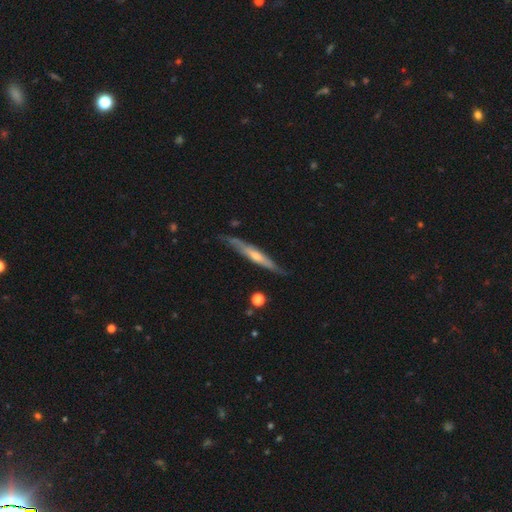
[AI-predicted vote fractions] Q: Smooth or featured?
A: featured or disk (66%); runner-up: smooth (29%)
Q: Edge-on disk?
A: yes (91%); runner-up: no (9%)
Q: Edge-on bulge?
A: rounded (62%); runner-up: none (31%)
Q: Merging?
A: none (77%); runner-up: minor disturbance (18%)